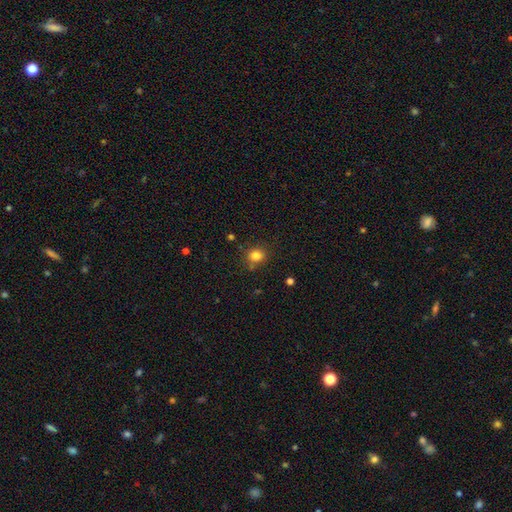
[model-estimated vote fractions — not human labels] Smooth or featured? Predicted: smooth (p=0.82). How rounded? Predicted: round (p=0.70). Merging? Predicted: none (p=0.80).